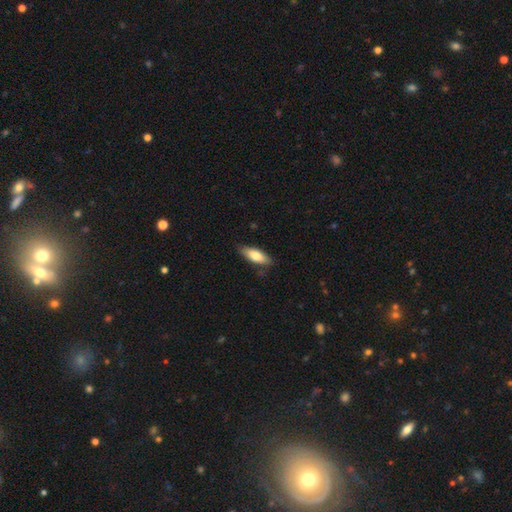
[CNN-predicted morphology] This is likely a smooth galaxy (72%). How rounded: likely in between (66%). Merging: clearly none (83%).